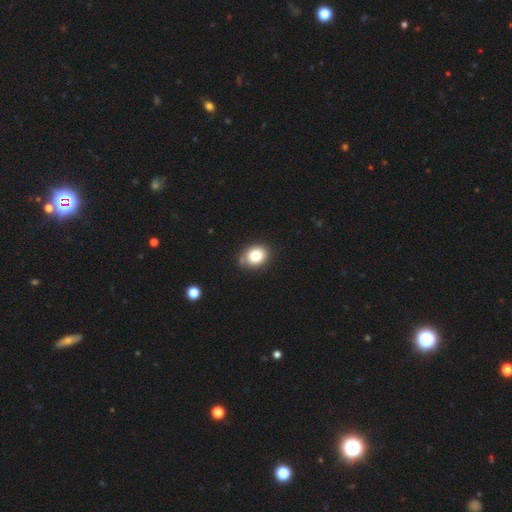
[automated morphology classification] Smooth or featured? Predicted: smooth (p=0.80). How rounded? Predicted: in between (p=0.51). Merging? Predicted: none (p=0.77).